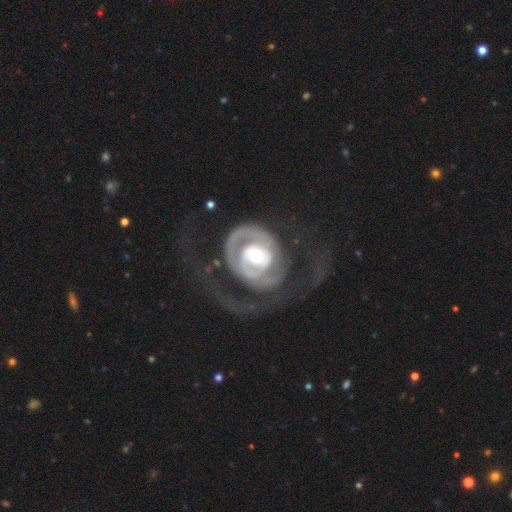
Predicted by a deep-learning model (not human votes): This is clearly a featured or disk galaxy (84%). It is clearly not viewed edge-on (97%). Bar: possibly no (45%). Spiral arm pattern: clearly yes (82%). Spiral arm count: marginally 1 (43%). Spiral winding: possibly tight (45%). Central bulge: likely moderate (66%). Merging: possibly major disturbance (50%).